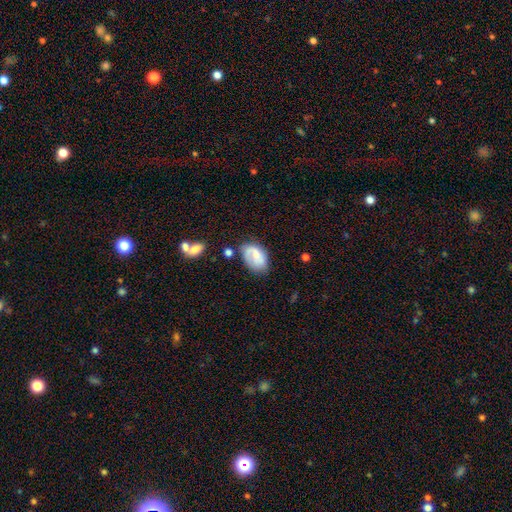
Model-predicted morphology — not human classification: The model was most divided on "smooth or featured": smooth: 54%, featured or disk: 38%, star or artifact: 8%. More confident: how rounded — in between (88%); merging — none (54%).